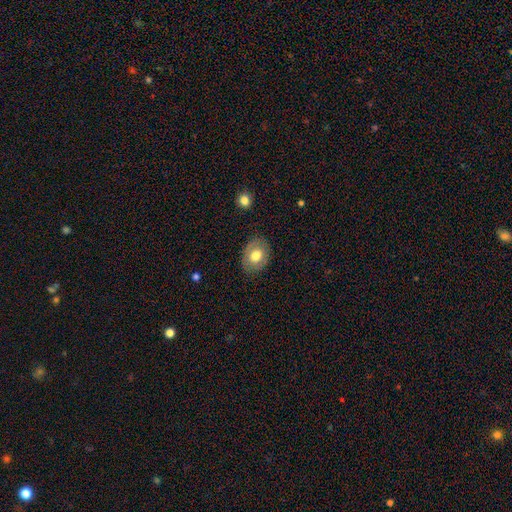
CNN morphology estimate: Q: Smooth or featured?
A: smooth (68%); runner-up: featured or disk (25%)
Q: How rounded?
A: in between (67%); runner-up: round (32%)
Q: Merging?
A: none (81%); runner-up: minor disturbance (14%)